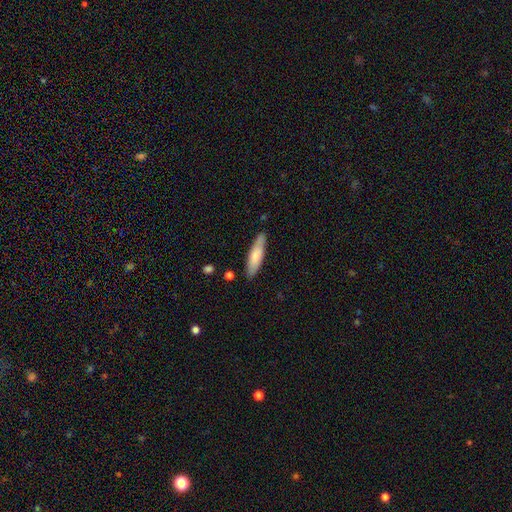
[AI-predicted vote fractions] Smooth or featured? Predicted: smooth (p=0.70). How rounded? Predicted: cigar-shaped (p=0.70). Merging? Predicted: none (p=0.83).